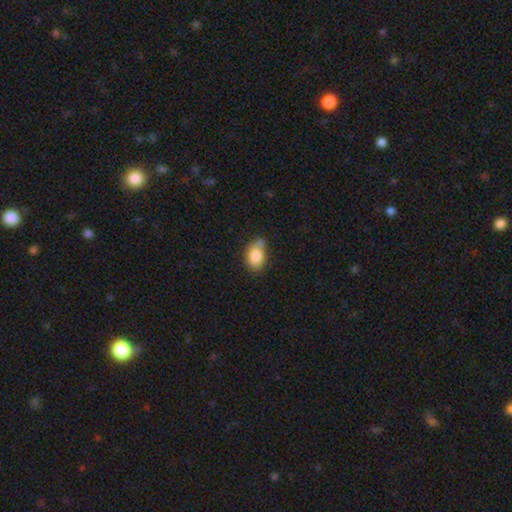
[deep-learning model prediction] Morphology: type=smooth (85%); roundness=in between (78%); merging=none (58%).